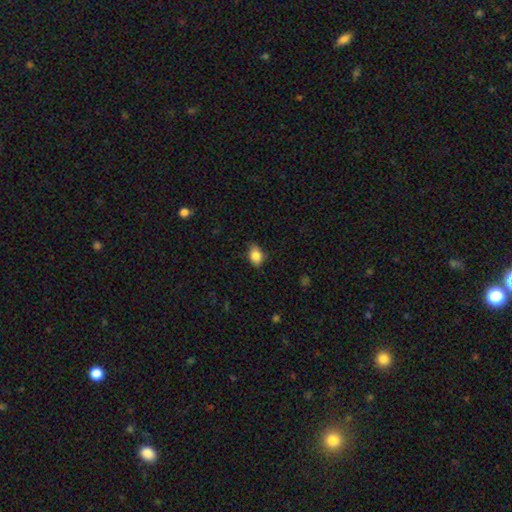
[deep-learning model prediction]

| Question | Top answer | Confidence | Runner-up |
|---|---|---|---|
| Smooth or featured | smooth | 84% | star or artifact (9%) |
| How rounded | in between | 72% | round (26%) |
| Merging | none | 71% | minor disturbance (24%) |